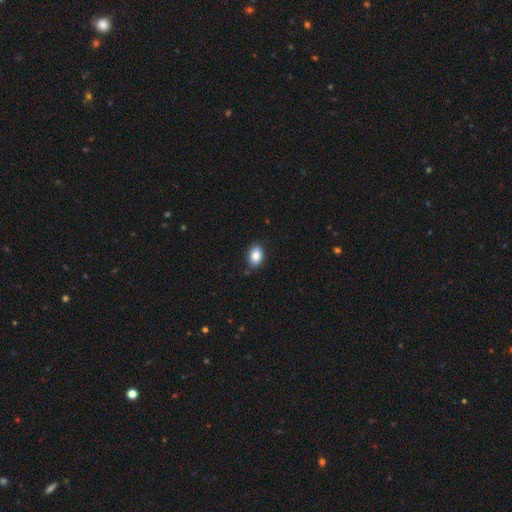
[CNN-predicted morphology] This is clearly a smooth galaxy (86%). How rounded: likely in between (78%). Merging: clearly none (85%).